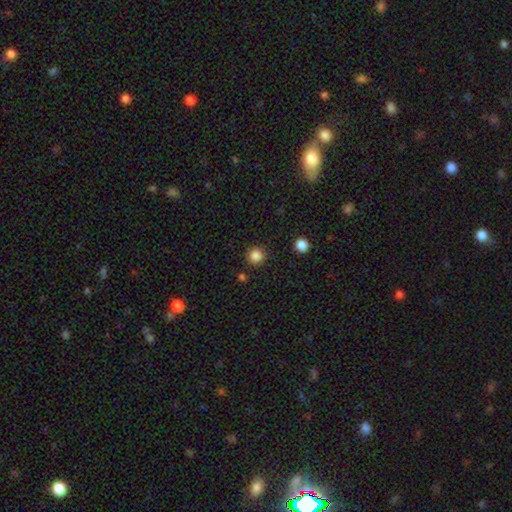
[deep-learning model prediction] smooth-or-featured: smooth: 85% | star or artifact: 12% | featured or disk: 3%
  how-rounded: round: 95% | in between: 4% | cigar-shaped: 1%
  merging: none: 90% | minor disturbance: 6% | major disturbance: 2% | merger: 2%